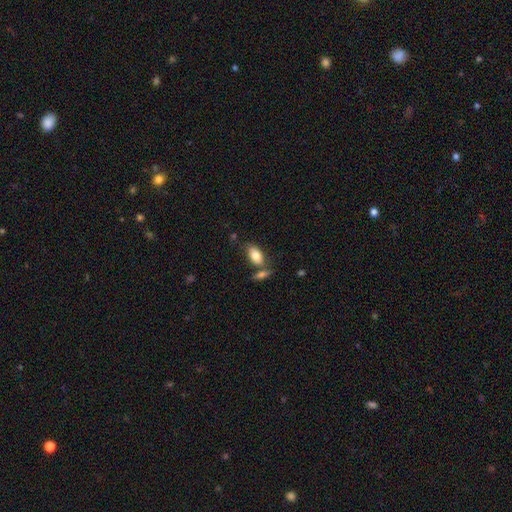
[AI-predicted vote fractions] This appears to be a smooth galaxy with no disk features (81%) that is in between round and cigar-shaped (92%). Merging: none (59%).